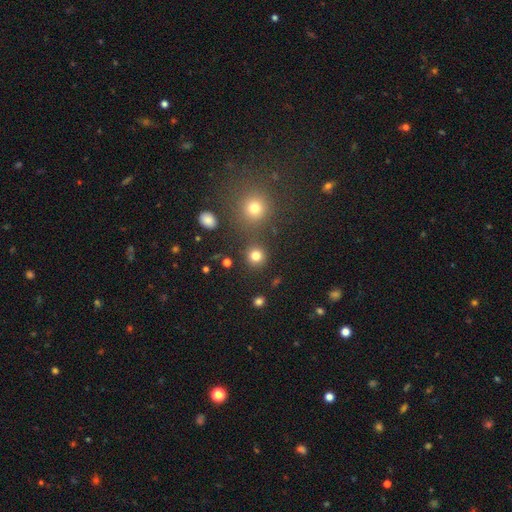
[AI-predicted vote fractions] This is likely a smooth galaxy (80%). How rounded: clearly round (92%). Merging: clearly none (83%).